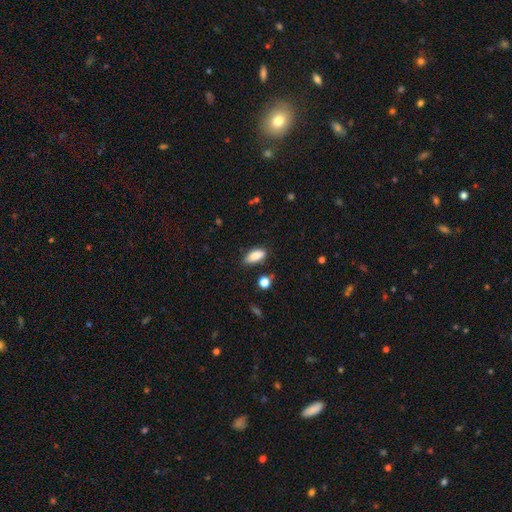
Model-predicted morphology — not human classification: A smooth galaxy with no disk features (86%) that is in between round and cigar-shaped (86%). Merging: none (72%).